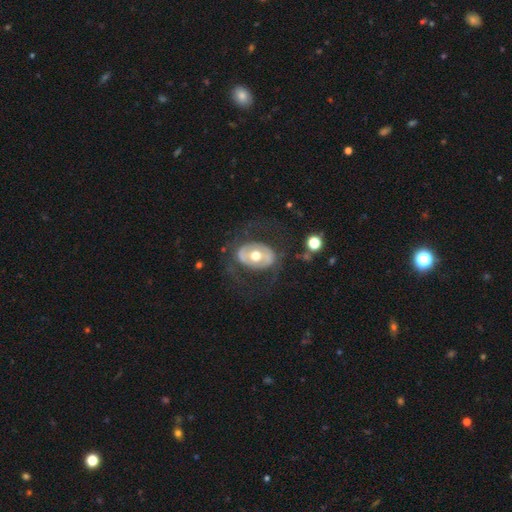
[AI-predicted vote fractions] Smooth or featured? Predicted: featured or disk (p=0.66). Edge-on disk? Predicted: no (p=0.95). Bar? Predicted: no (p=0.62). Spiral arms? Predicted: no (p=0.59). Bulge size? Predicted: moderate (p=0.74). Merging? Predicted: none (p=0.66).